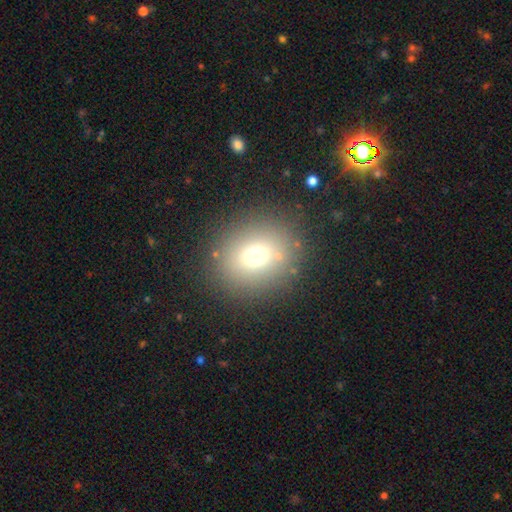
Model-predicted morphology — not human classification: smooth 70%, star or artifact 17%, featured or disk 13%. Down the decision tree: how rounded — round (70%); merging — none (85%).